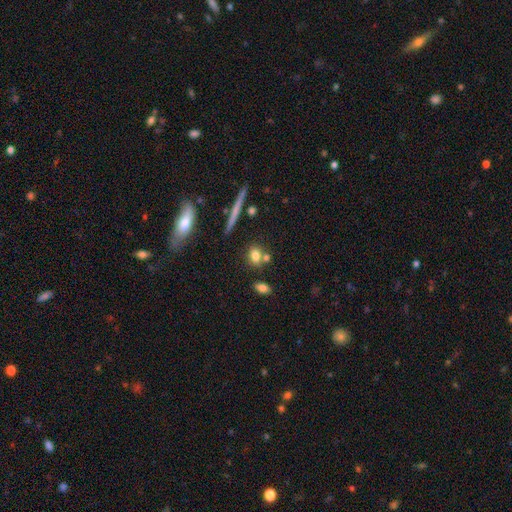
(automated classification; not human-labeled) A smooth galaxy with no disk features (76%) that is in between round and cigar-shaped (58%). Merging: none (63%).